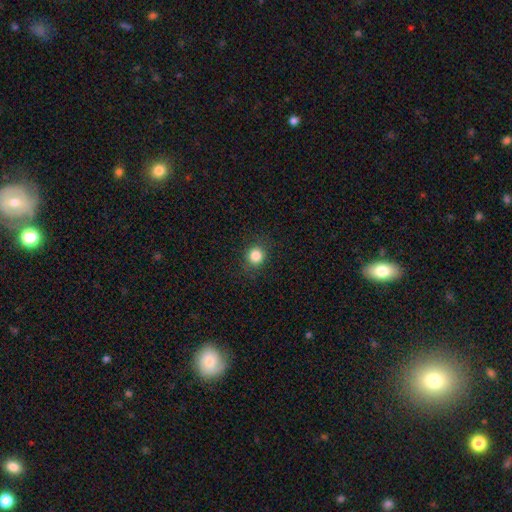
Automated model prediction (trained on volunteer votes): Smooth or featured: smooth — 84% (star or artifact — 11%)
How rounded: round — 85% (in between — 14%)
Merging: none — 87% (minor disturbance — 9%)